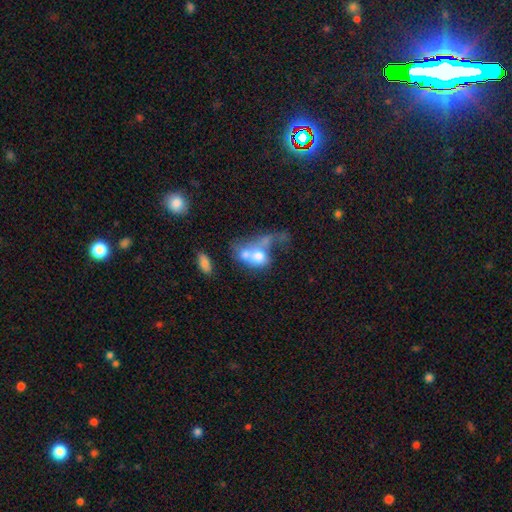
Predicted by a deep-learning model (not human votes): smooth-or-featured: smooth: 55% | featured or disk: 36% | star or artifact: 9%
  how-rounded: in between: 67% | round: 30% | cigar-shaped: 3%
  merging: merger: 54% | major disturbance: 28% | none: 10% | minor disturbance: 7%